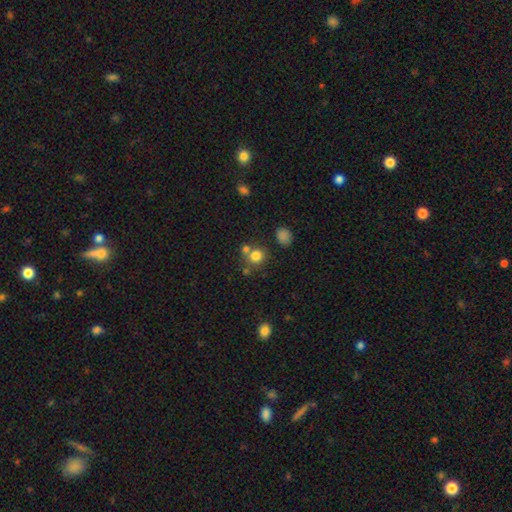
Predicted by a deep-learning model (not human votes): A smooth galaxy with no disk features (79%) that is round (86%). Merging: none (62%).